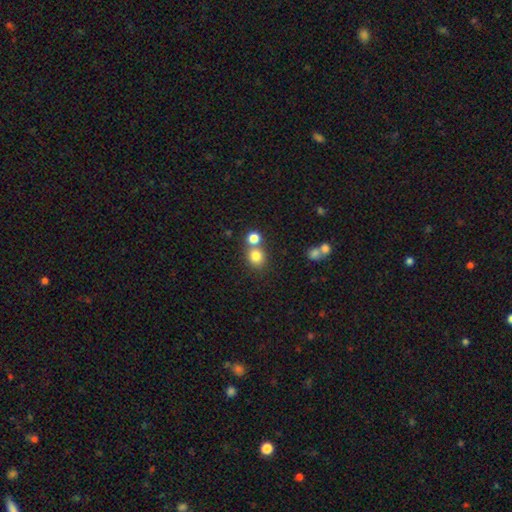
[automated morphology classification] Smooth or featured? Predicted: smooth (p=0.79). How rounded? Predicted: round (p=0.81). Merging? Predicted: none (p=0.57).